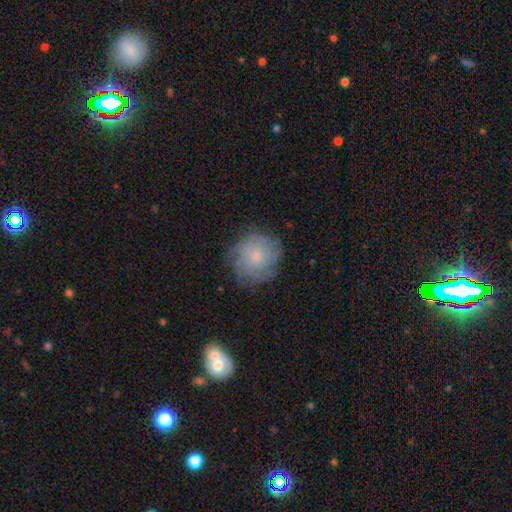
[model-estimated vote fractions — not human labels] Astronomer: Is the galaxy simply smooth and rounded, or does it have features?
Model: featured or disk — 53% (runner-up: smooth, 37%).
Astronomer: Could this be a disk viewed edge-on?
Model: no — 97%.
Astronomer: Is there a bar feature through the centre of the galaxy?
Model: no — 77%.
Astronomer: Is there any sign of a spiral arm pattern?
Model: yes — 85%.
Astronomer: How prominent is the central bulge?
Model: small — 58%.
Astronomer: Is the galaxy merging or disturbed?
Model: none — 75%.